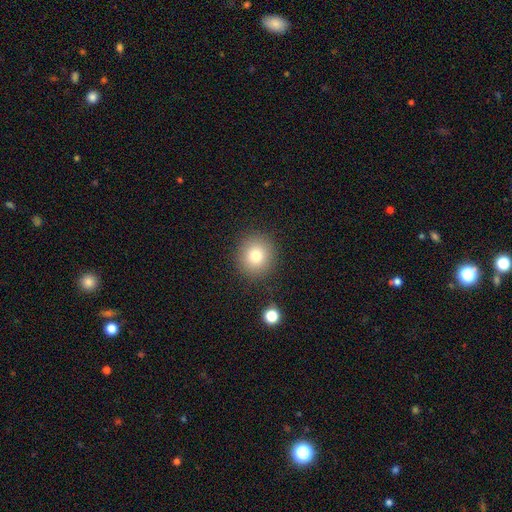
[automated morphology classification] A smooth galaxy with no disk features (77%) that is round (90%).

Vote fractions:
- Smooth or featured? smooth: 77% / star or artifact: 12% / featured or disk: 10%
- How rounded? round: 90% / in between: 9% / cigar-shaped: 1%
- Merging? none: 87% / minor disturbance: 8% / major disturbance: 3% / merger: 2%